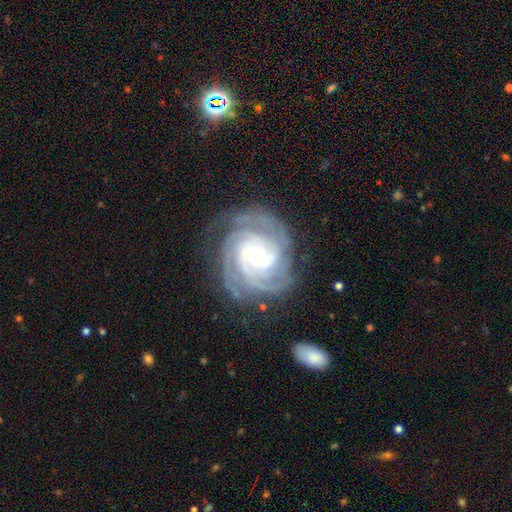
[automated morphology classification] Smooth or featured: featured or disk — 90% (star or artifact — 5%)
Edge-on disk: no — 98% (yes — 2%)
Bar: no — 43% (weak — 41%)
Spiral arms: yes — 98% (no — 2%)
Spiral winding: tight — 75% (medium — 22%)
Spiral arm count: 3 — 30% (4 — 24%)
Bulge size: small — 58% (moderate — 29%)
Merging: none — 74% (minor disturbance — 17%)